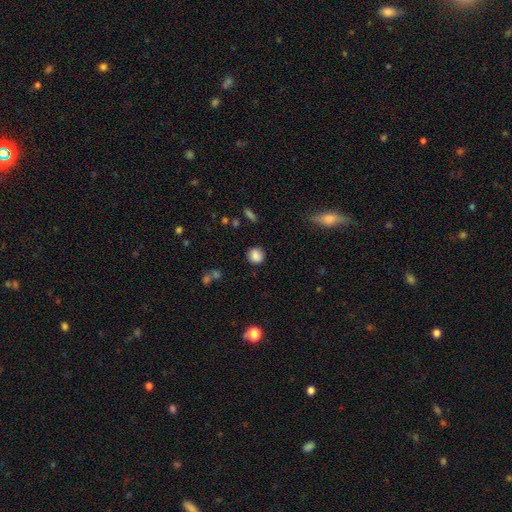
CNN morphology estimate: Smooth or featured: smooth — 85% (star or artifact — 10%)
How rounded: round — 86% (in between — 12%)
Merging: none — 86% (minor disturbance — 9%)